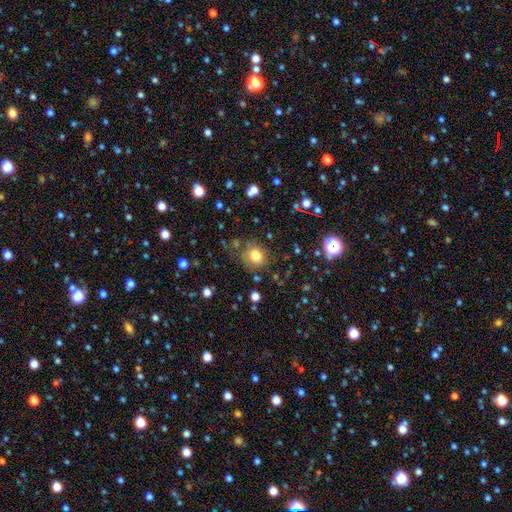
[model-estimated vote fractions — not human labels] Smooth or featured? Predicted: smooth (p=0.78). How rounded? Predicted: round (p=0.83). Merging? Predicted: none (p=0.76).